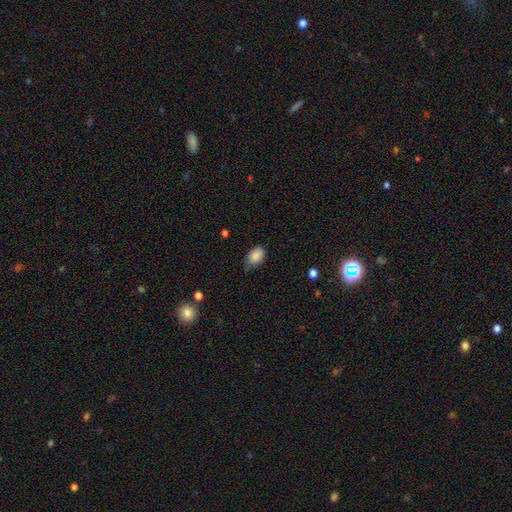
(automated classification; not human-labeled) The model was most divided on "merging": none: 56%, minor disturbance: 35%, major disturbance: 6%, merger: 2%. More confident: smooth or featured — smooth (86%); how rounded — in between (86%).